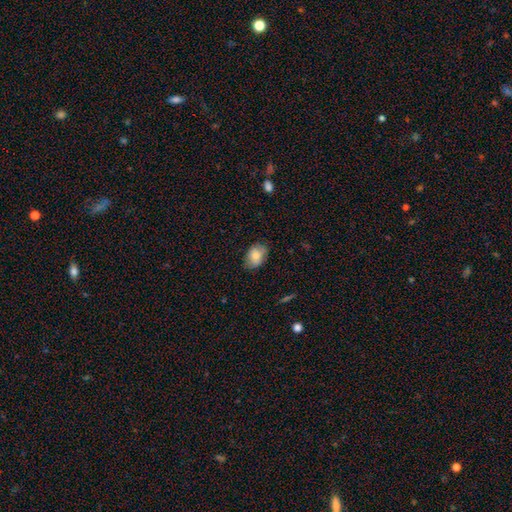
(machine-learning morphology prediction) A smooth galaxy with no disk features (81%) that is in between round and cigar-shaped (82%).

Vote fractions:
- Smooth or featured? smooth: 81% / featured or disk: 12% / star or artifact: 7%
- How rounded? in between: 82% / round: 17% / cigar-shaped: 1%
- Merging? none: 76% / minor disturbance: 19% / major disturbance: 4% / merger: 1%